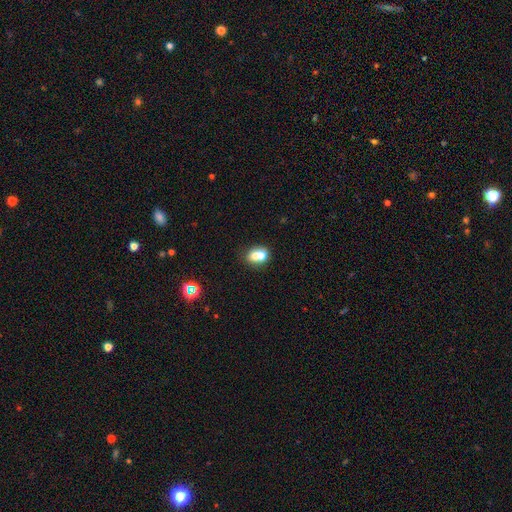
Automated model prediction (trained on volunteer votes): Q: Smooth or featured?
A: smooth (67%); runner-up: featured or disk (22%)
Q: How rounded?
A: round (56%); runner-up: in between (43%)
Q: Merging?
A: merger (61%); runner-up: none (29%)